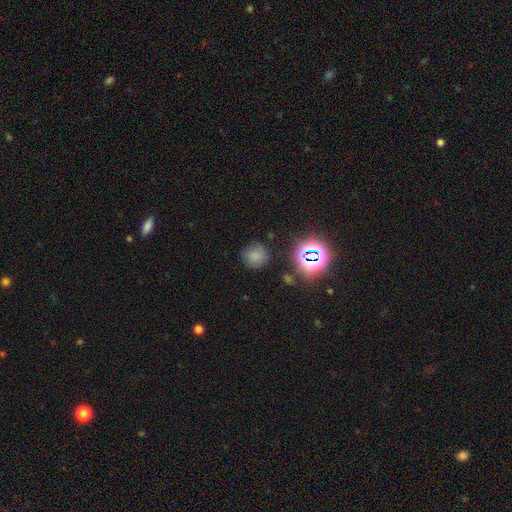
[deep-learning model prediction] Smooth or featured? Predicted: smooth (p=0.70). How rounded? Predicted: round (p=0.90). Merging? Predicted: none (p=0.80).